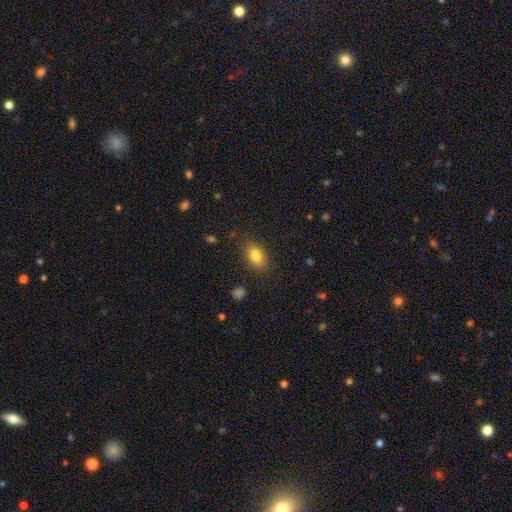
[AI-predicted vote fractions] A smooth galaxy with no disk features (84%) that is in between round and cigar-shaped (85%). Merging: none (84%).